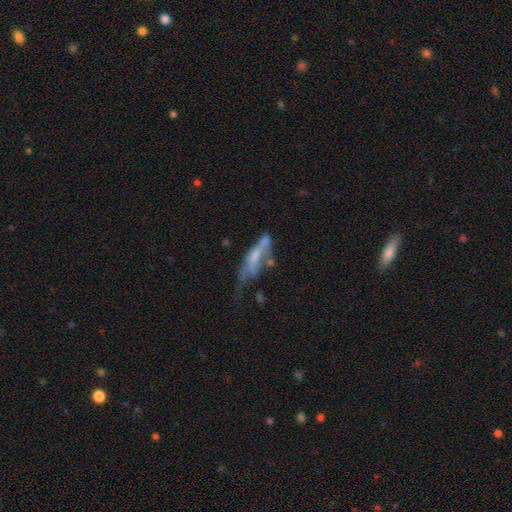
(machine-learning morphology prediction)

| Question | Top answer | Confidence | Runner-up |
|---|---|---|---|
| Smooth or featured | featured or disk | 54% | smooth (36%) |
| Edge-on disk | no | 61% | yes (39%) |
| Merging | major disturbance | 36% | none (25%) |